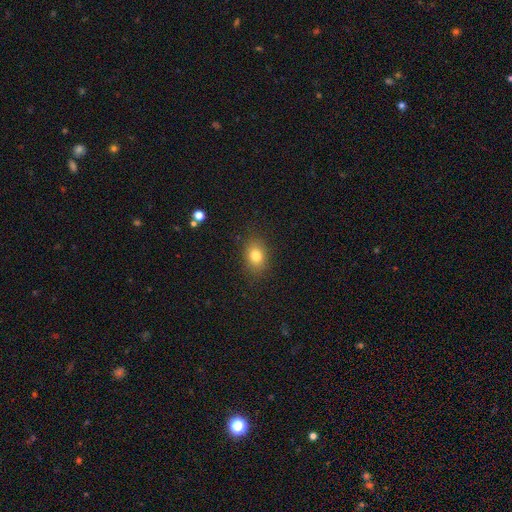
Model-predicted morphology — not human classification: Q: Smooth or featured?
A: smooth (79%); runner-up: star or artifact (11%)
Q: How rounded?
A: in between (67%); runner-up: round (31%)
Q: Merging?
A: none (85%); runner-up: minor disturbance (10%)